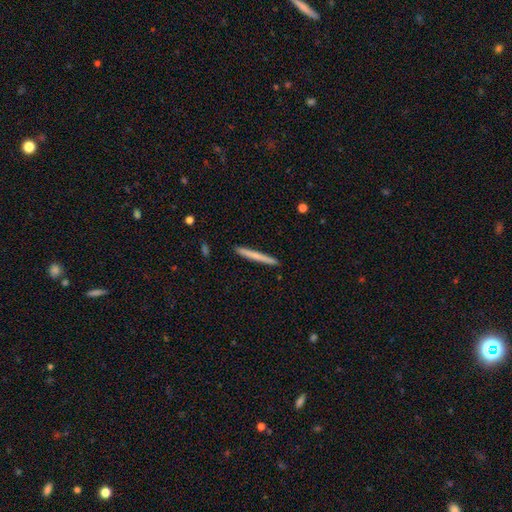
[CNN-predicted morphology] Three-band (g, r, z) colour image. It shows a smooth galaxy with no disk features (64%) that is cigar-shaped (97%). Merging: none (93%).